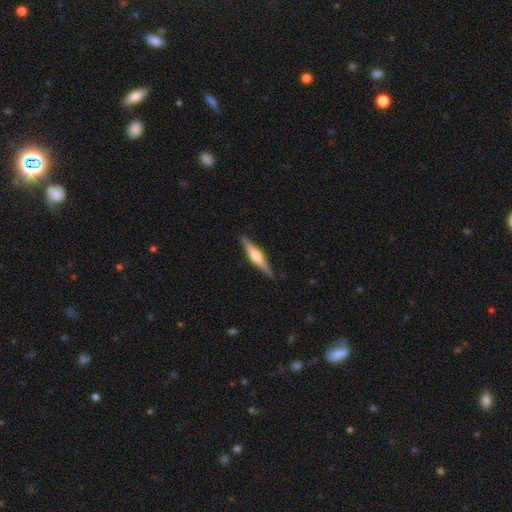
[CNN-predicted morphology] Smooth or featured? Predicted: featured or disk (p=0.63). Edge-on disk? Predicted: yes (p=0.97). Edge-on bulge? Predicted: rounded (p=0.84). Merging? Predicted: none (p=0.89).